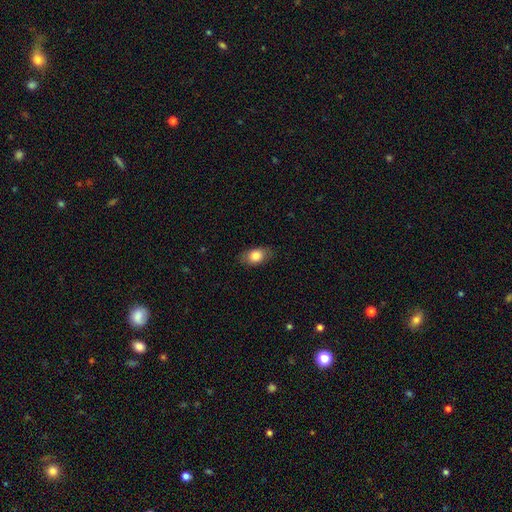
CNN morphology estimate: smooth_or_featured: smooth (p=0.81) [alt: featured or disk p=0.12]
how_rounded: in between (p=0.85) [alt: round p=0.12]
merging: none (p=0.82) [alt: minor disturbance p=0.14]